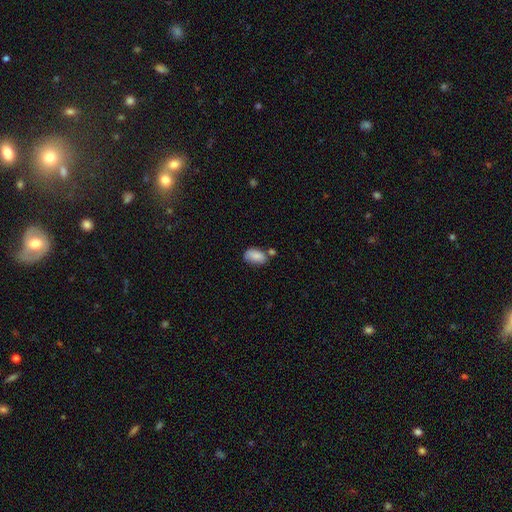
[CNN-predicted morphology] Smooth or featured?
  - smooth: 85% *
  - featured or disk: 8%
  - star or artifact: 7%
How rounded?
  - in between: 91% *
  - round: 6%
  - cigar-shaped: 3%
Merging?
  - none: 55% *
  - minor disturbance: 22%
  - merger: 18%
  - major disturbance: 6%